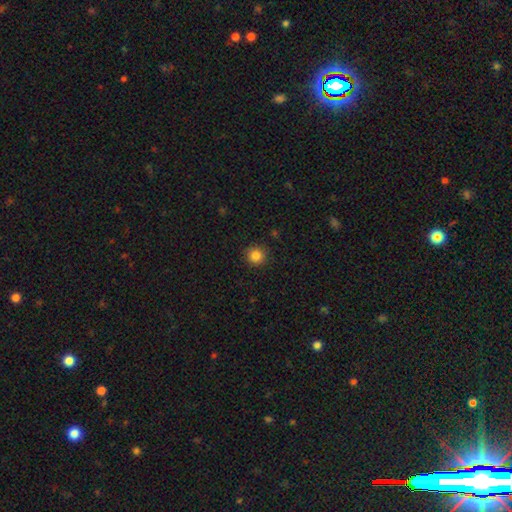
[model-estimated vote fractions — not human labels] Morphology: type=smooth (85%); roundness=round (94%); merging=none (90%).